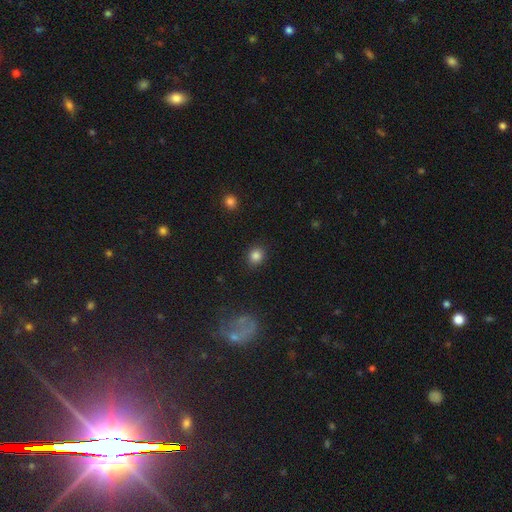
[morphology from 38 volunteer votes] smooth-or-featured: smooth: 89% | featured or disk: 5% | star or artifact: 5%
  how-rounded: round: 85% | in between: 15% | cigar-shaped: 0%
  merging: none: 86% | minor disturbance: 8% | major disturbance: 6% | merger: 0%